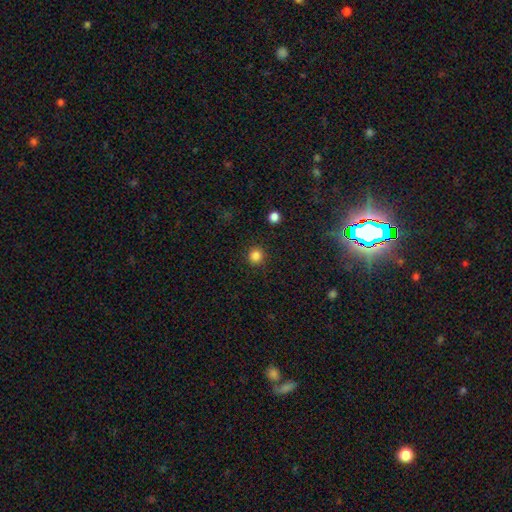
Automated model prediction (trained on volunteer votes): Smooth or featured?
  - smooth: 84% *
  - star or artifact: 12%
  - featured or disk: 4%
How rounded?
  - round: 94% *
  - in between: 5%
  - cigar-shaped: 1%
Merging?
  - none: 92% *
  - minor disturbance: 5%
  - major disturbance: 2%
  - merger: 1%